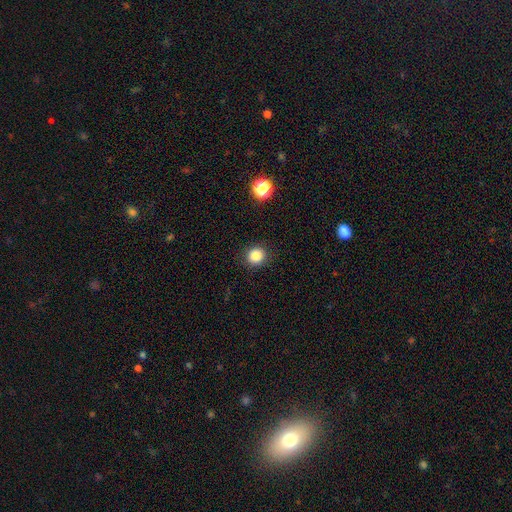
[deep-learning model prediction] Smooth or featured? smooth (85%)
How rounded? round (88%)
Merging? none (90%)